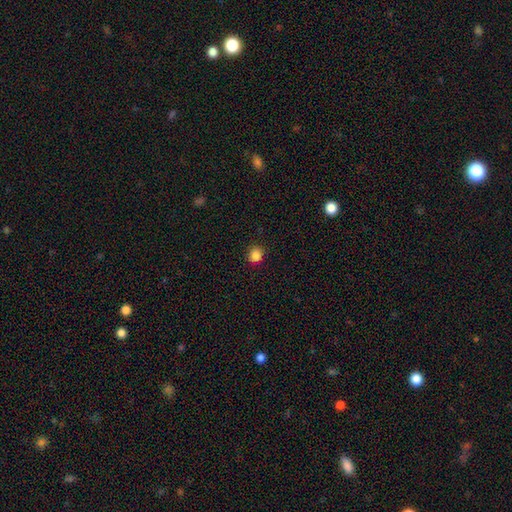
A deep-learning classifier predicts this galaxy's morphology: Smooth or featured?
  - smooth: 84% *
  - star or artifact: 12%
  - featured or disk: 3%
How rounded?
  - round: 89% *
  - in between: 10%
  - cigar-shaped: 1%
Merging?
  - none: 89% *
  - minor disturbance: 8%
  - major disturbance: 2%
  - merger: 1%